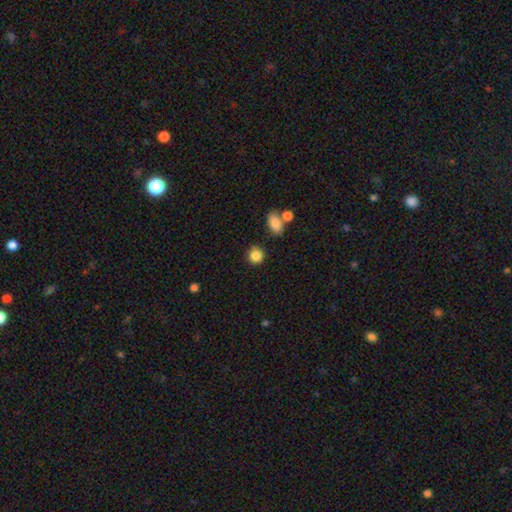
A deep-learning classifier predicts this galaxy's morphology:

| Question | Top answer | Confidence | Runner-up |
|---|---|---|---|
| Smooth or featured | smooth | 87% | star or artifact (9%) |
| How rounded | round | 86% | in between (13%) |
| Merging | none | 82% | minor disturbance (10%) |